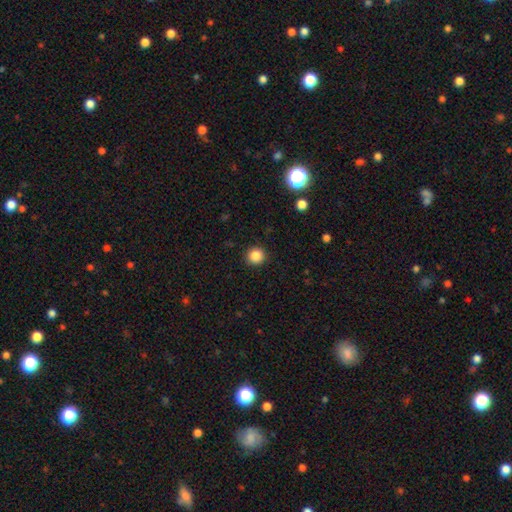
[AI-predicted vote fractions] Q: Smooth or featured?
A: smooth (86%); runner-up: star or artifact (10%)
Q: How rounded?
A: round (93%); runner-up: in between (6%)
Q: Merging?
A: none (91%); runner-up: minor disturbance (5%)